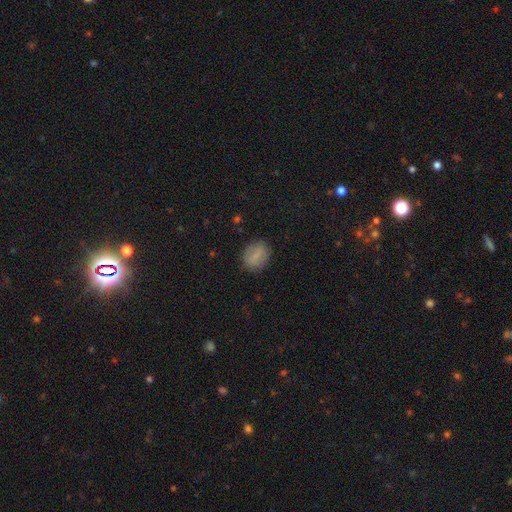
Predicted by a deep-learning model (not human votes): Overall: smooth (71%). How rounded: in between (52%; round 46%). Merging: none (83%).